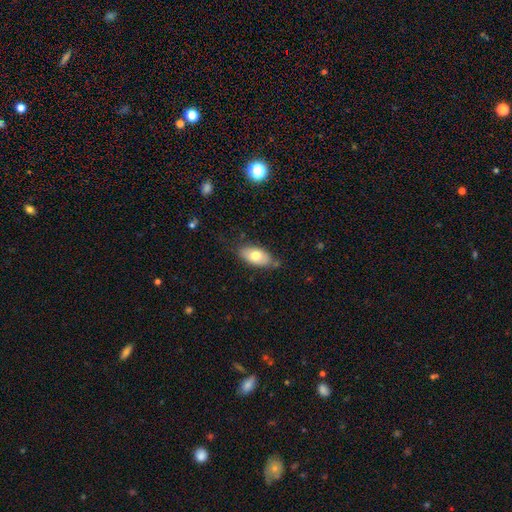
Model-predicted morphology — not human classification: Overall: smooth (71%). How rounded: in between (92%). Merging: none (71%).